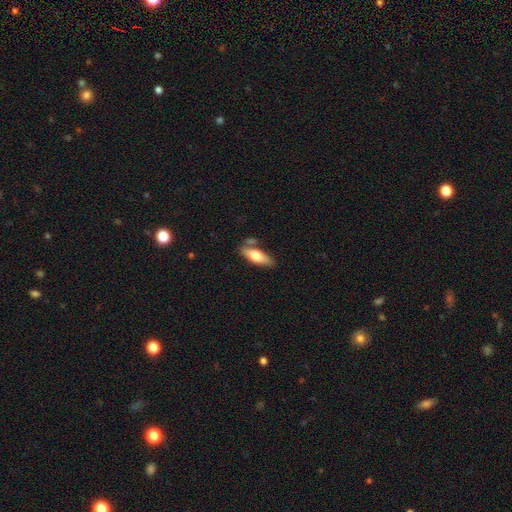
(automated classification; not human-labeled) This is likely a smooth galaxy (63%). How rounded: possibly in between (58%). Merging: likely none (68%).